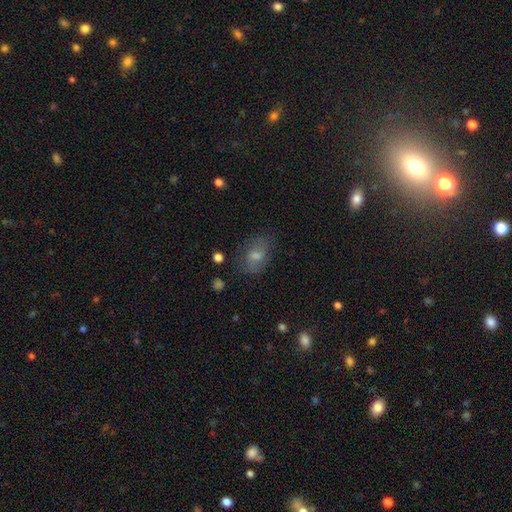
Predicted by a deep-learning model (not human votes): smooth-or-featured: smooth: 48% | featured or disk: 34% | star or artifact: 18%
  merging: none: 70% | minor disturbance: 19% | major disturbance: 9% | merger: 2%